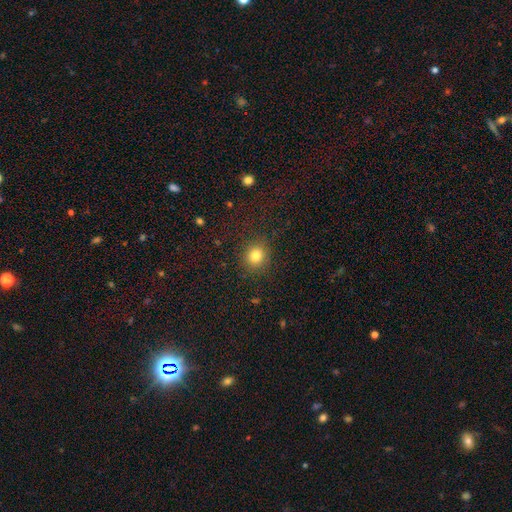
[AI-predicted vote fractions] Morphology: type=smooth (81%); roundness=round (85%); merging=none (88%).